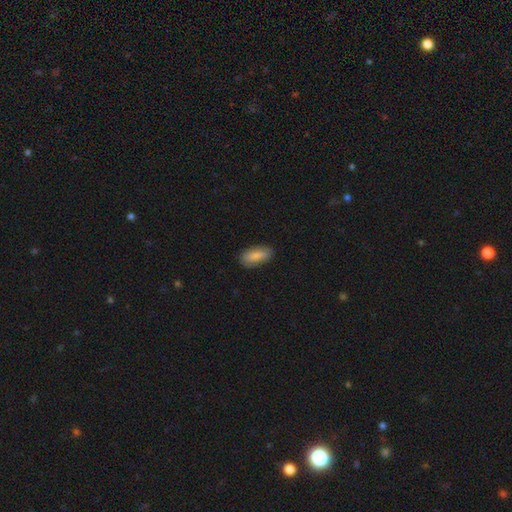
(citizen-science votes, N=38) Smooth or featured? 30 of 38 (79%) said smooth. How rounded? 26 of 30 (87%) said in between. Merging? 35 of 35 (100%) said none.